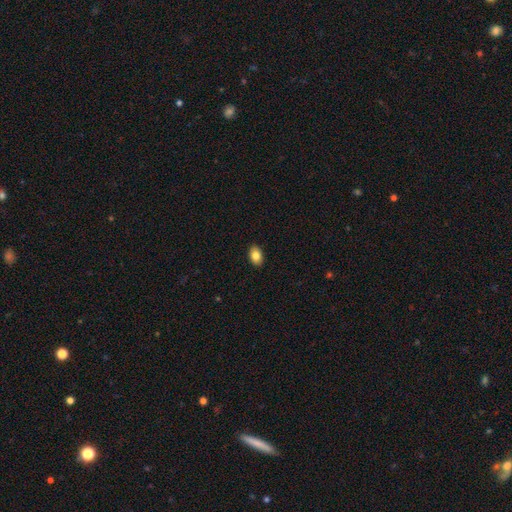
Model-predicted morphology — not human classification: smooth 84%, star or artifact 8%, featured or disk 8%. Down the decision tree: how rounded — in between (86%); merging — none (90%).